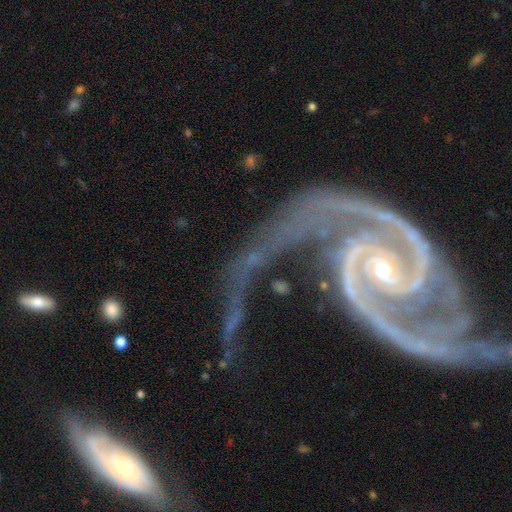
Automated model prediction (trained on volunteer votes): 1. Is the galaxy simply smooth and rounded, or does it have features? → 93% featured or disk, 5% star or artifact, 3% smooth.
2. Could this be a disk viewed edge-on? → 98% no, 2% yes.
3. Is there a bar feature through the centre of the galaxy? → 40% no, 35% weak, 26% strong.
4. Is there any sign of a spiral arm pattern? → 98% yes, 2% no.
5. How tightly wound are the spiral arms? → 49% medium, 26% tight, 25% loose.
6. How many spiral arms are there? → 84% 2, 4% 3, 3% can't tell, 3% 1, 3% 4, 3% more than 4.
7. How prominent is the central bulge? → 73% small, 24% moderate, 1% none, 1% large, 1% dominant.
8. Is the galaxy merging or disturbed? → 44% none, 28% major disturbance, 21% minor disturbance, 7% merger.